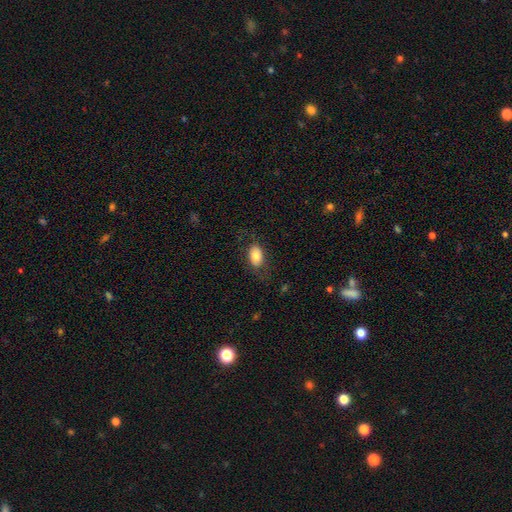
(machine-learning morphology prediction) smooth-or-featured: smooth: 78% | featured or disk: 14% | star or artifact: 7%
  how-rounded: in between: 89% | round: 9% | cigar-shaped: 2%
  merging: none: 75% | minor disturbance: 15% | major disturbance: 9% | merger: 1%